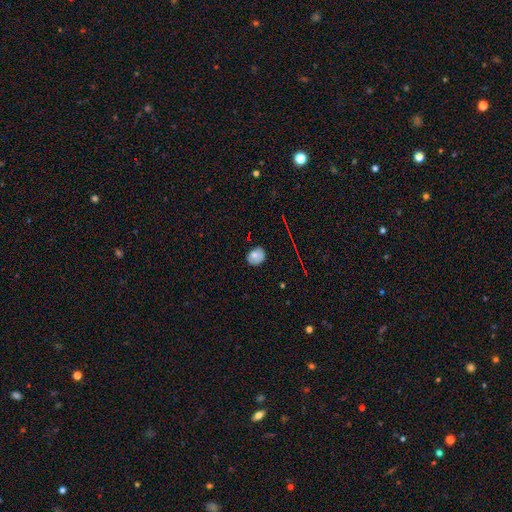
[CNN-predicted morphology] This is likely a smooth galaxy (69%). How rounded: possibly round (58%). Merging: likely none (72%).